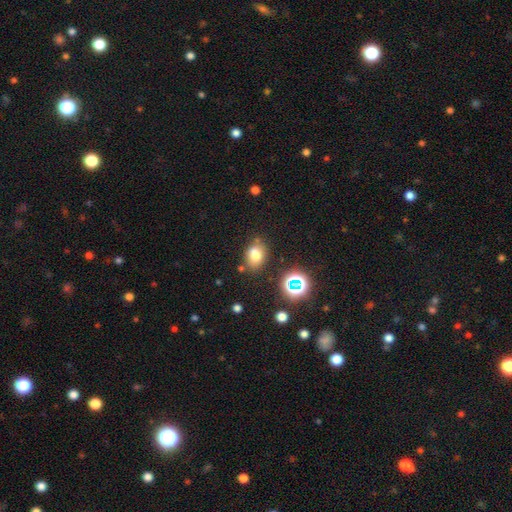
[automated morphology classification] The model was most divided on "how rounded": in between: 66%, round: 33%, cigar-shaped: 1%. More confident: smooth or featured — smooth (72%); merging — none (70%).